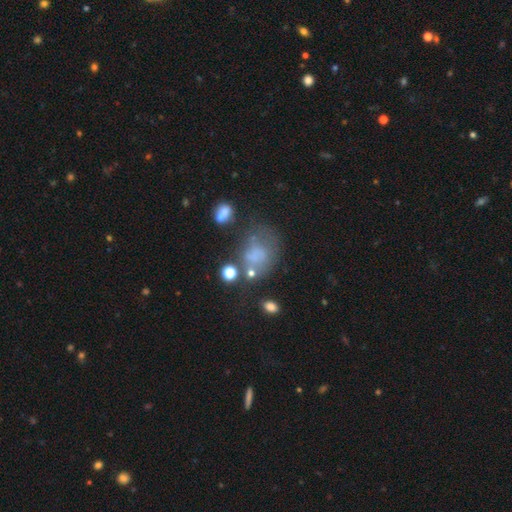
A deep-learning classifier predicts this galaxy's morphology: smooth 54%, featured or disk 28%, star or artifact 18%. Down the decision tree: how rounded — in between (57%); merging — none (35%).